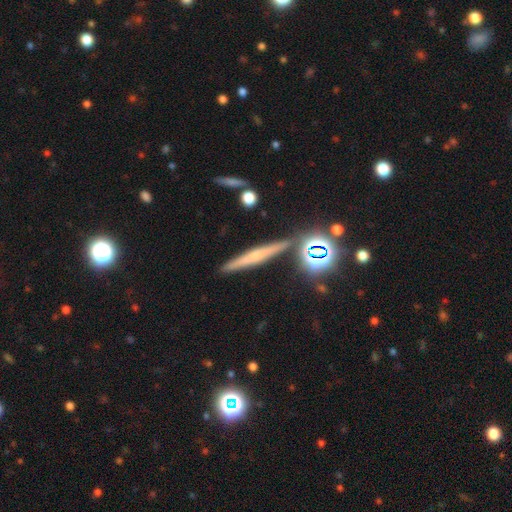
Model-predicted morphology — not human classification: Q: Smooth or featured?
A: featured or disk (44%); runner-up: smooth (37%)
Q: Merging?
A: none (87%); runner-up: minor disturbance (7%)